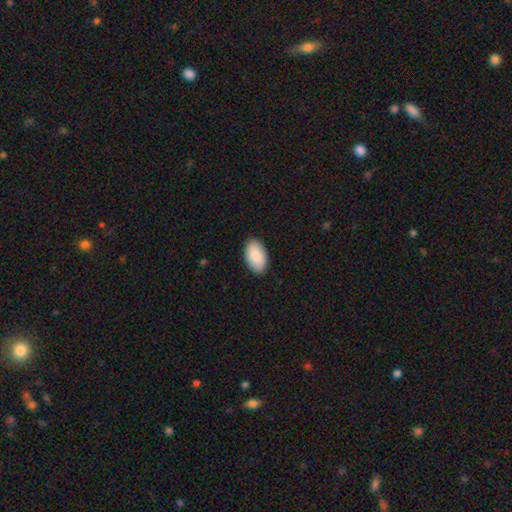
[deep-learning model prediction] Overall: smooth (88%). How rounded: in between (95%). Merging: none (89%).